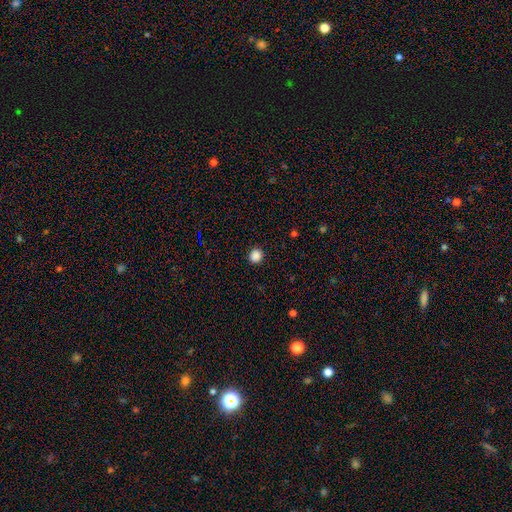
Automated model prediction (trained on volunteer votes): Smooth or featured?
  - smooth: 87% *
  - star or artifact: 11%
  - featured or disk: 2%
How rounded?
  - round: 89% *
  - in between: 10%
  - cigar-shaped: 1%
Merging?
  - none: 92% *
  - minor disturbance: 5%
  - major disturbance: 2%
  - merger: 1%